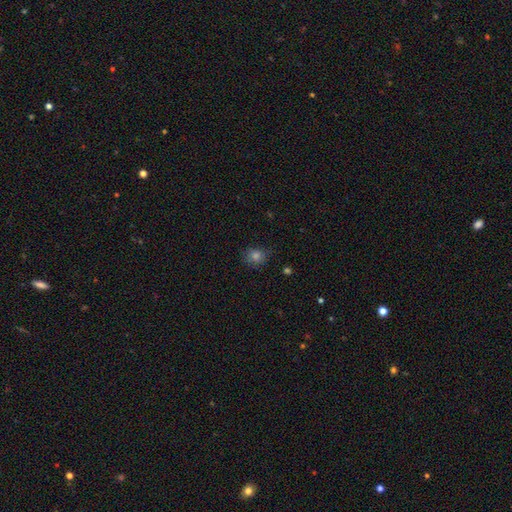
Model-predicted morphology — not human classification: This is likely a smooth galaxy (76%). How rounded: likely round (71%). Merging: clearly none (80%).